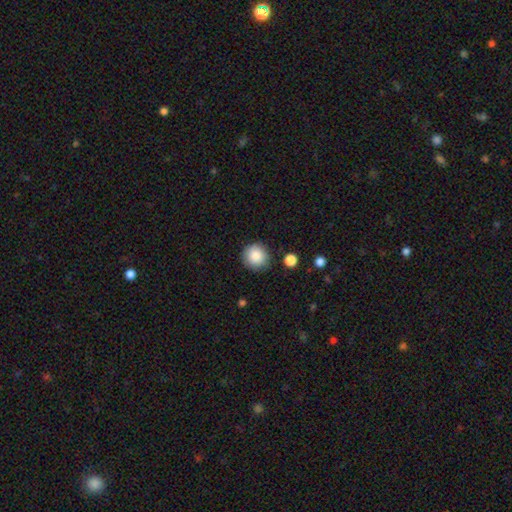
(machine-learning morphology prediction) smooth 87%, star or artifact 8%, featured or disk 5%. Down the decision tree: how rounded — round (94%); merging — none (88%).